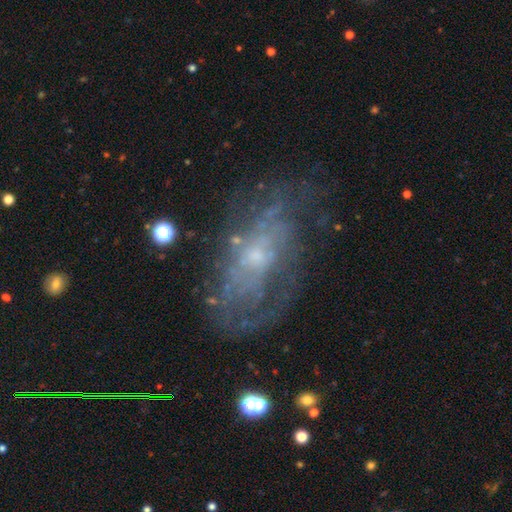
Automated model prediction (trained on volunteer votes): The model was most divided on "spiral arms": yes: 64%, no: 36%. More confident: edge-on disk — no (92%); bar — no (75%); bulge size — small (71%); smooth or featured — featured or disk (71%); merging — none (62%).